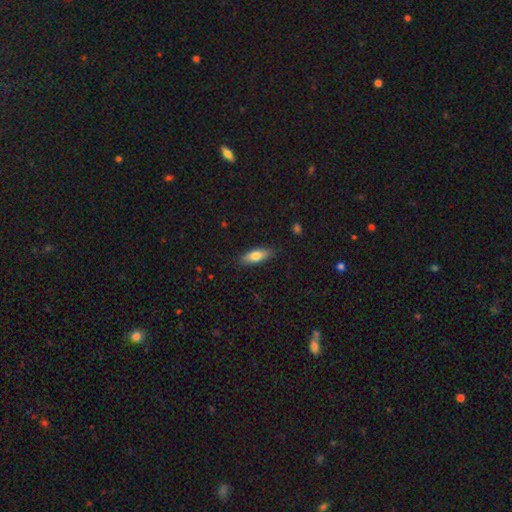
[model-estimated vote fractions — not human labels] smooth-or-featured: smooth: 75% | featured or disk: 18% | star or artifact: 7%
  how-rounded: in between: 68% | cigar-shaped: 29% | round: 3%
  merging: none: 84% | minor disturbance: 13% | major disturbance: 2% | merger: 1%